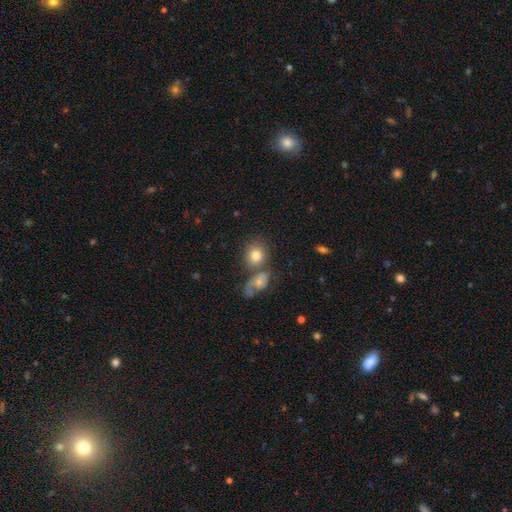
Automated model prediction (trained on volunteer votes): This is likely a smooth galaxy (78%). How rounded: likely round (61%). Merging: possibly none (50%).